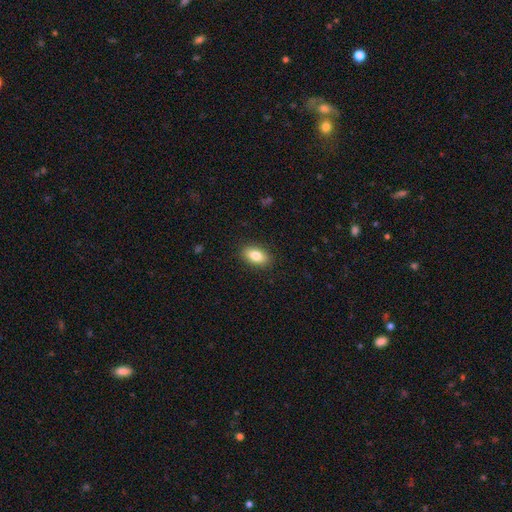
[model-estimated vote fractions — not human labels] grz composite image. It shows a smooth galaxy with no disk features (81%) that is in between round and cigar-shaped (89%). Merging: none (89%).